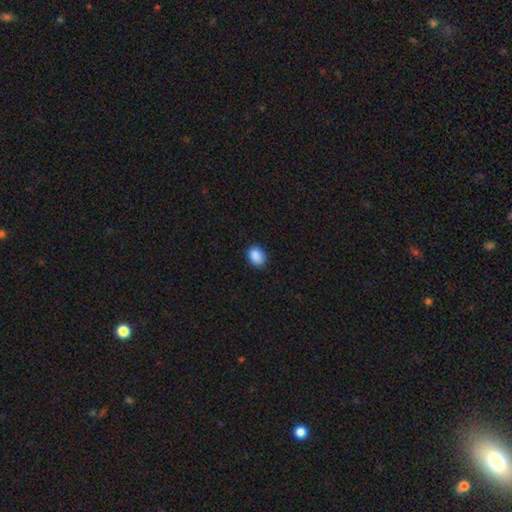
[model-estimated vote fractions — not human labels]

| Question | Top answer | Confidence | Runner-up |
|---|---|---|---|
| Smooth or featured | smooth | 89% | star or artifact (8%) |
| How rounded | in between | 67% | round (32%) |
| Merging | none | 86% | minor disturbance (11%) |